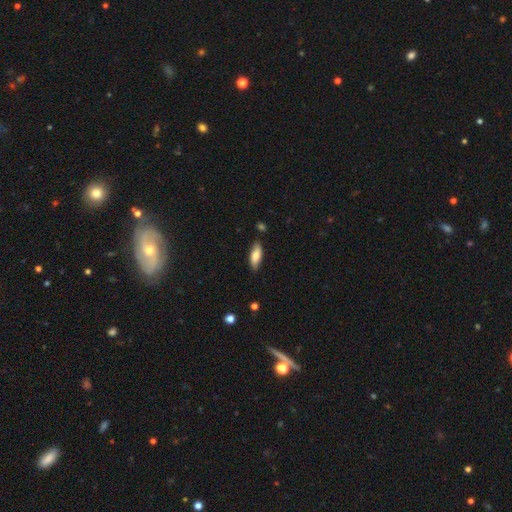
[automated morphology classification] This appears to be a smooth galaxy with no disk features (80%) that is in between round and cigar-shaped (68%). Merging: none (81%).